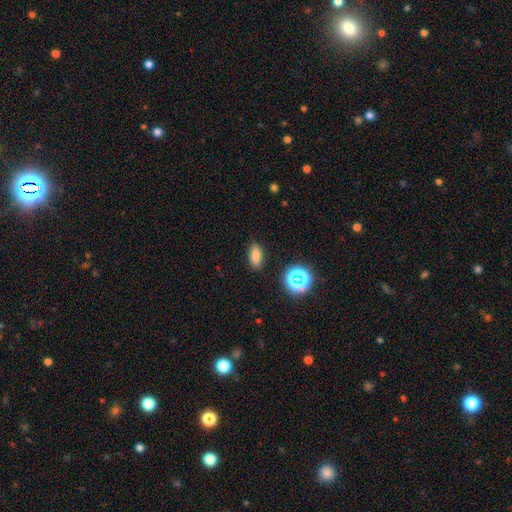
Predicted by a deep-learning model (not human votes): Smooth or featured? Predicted: smooth (p=0.79). How rounded? Predicted: in between (p=0.86). Merging? Predicted: none (p=0.86).